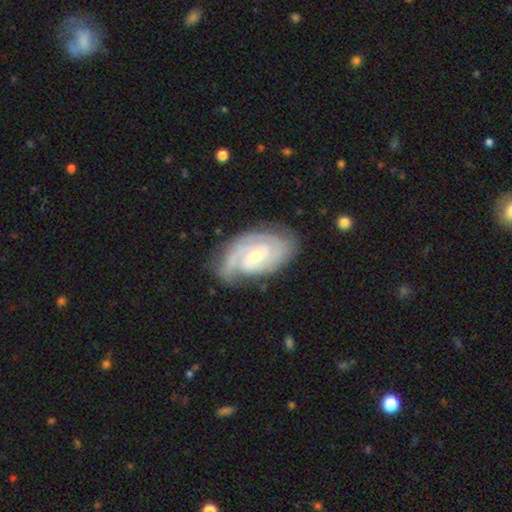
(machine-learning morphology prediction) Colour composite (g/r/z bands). It shows a featured or disk galaxy (89%) with a weak bar (47%), 2 (48%) tight (65%) spiral arms (97%) and a small central bulge (52%). Merging: none (72%).